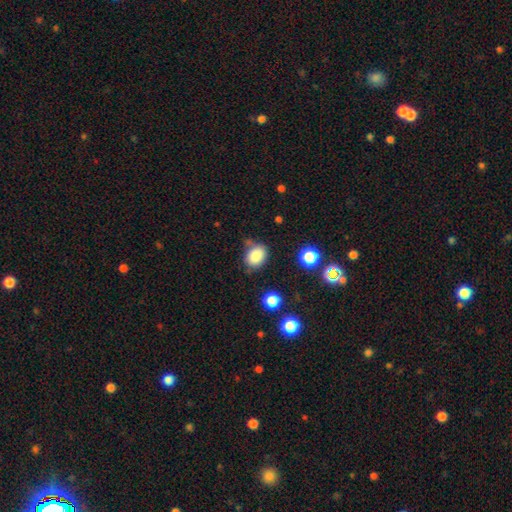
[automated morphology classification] A smooth galaxy with no disk features (85%) that is in between round and cigar-shaped (62%).

Vote fractions:
- Smooth or featured? smooth: 85% / star or artifact: 10% / featured or disk: 5%
- How rounded? in between: 62% / round: 37% / cigar-shaped: 1%
- Merging? none: 68% / minor disturbance: 20% / merger: 6% / major disturbance: 5%